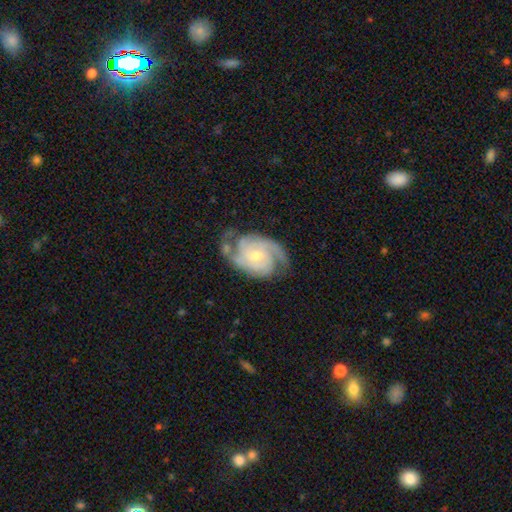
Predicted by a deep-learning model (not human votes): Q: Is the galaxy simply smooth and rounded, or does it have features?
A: featured or disk — 89%.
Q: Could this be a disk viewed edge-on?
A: no — 97%.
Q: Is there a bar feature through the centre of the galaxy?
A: no — 58%.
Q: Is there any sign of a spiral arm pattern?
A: yes — 98%.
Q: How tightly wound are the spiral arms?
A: tight — 55%.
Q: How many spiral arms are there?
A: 2 — 63%.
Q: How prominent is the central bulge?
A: small — 49%.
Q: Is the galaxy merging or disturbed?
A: none — 68%.